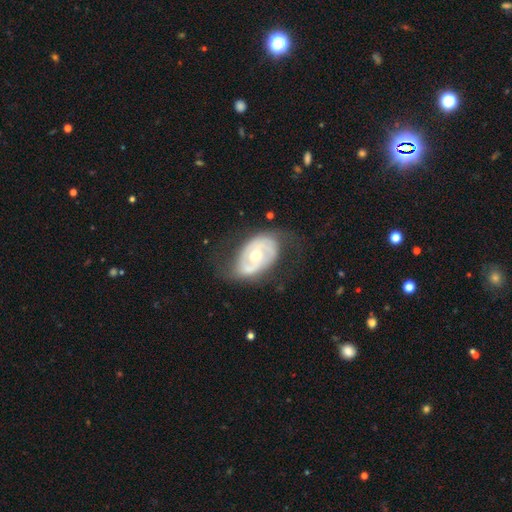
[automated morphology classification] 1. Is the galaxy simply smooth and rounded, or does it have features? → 75% featured or disk, 20% smooth, 5% star or artifact.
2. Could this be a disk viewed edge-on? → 94% no, 6% yes.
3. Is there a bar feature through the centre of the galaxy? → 69% no, 22% weak, 9% strong.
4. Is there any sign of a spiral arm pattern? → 66% yes, 34% no.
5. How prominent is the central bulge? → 71% moderate, 22% small, 5% large, 1% dominant, 1% none.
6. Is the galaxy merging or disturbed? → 59% none, 24% minor disturbance, 16% major disturbance, 2% merger.